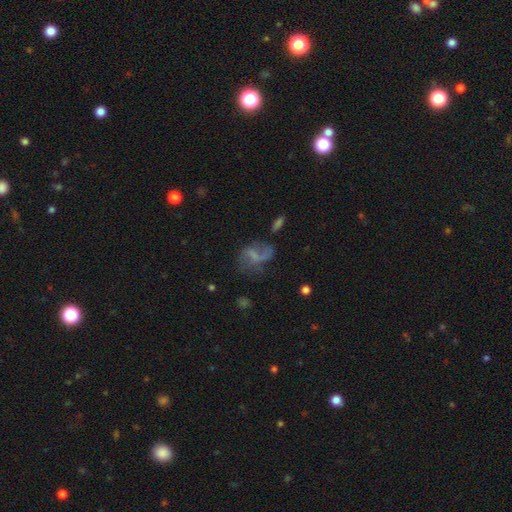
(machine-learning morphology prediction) Smooth or featured? featured or disk (54%)
Edge-on disk? no (97%)
Bar? no (46%)
Spiral arms? yes (64%)
Bulge size? none (58%)
Merging? none (40%)